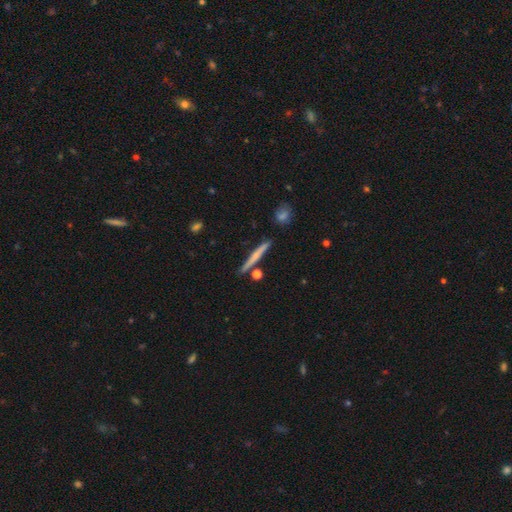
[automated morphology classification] Overall: smooth (51%; featured or disk 43%). How rounded: cigar-shaped (95%). Merging: none (85%).